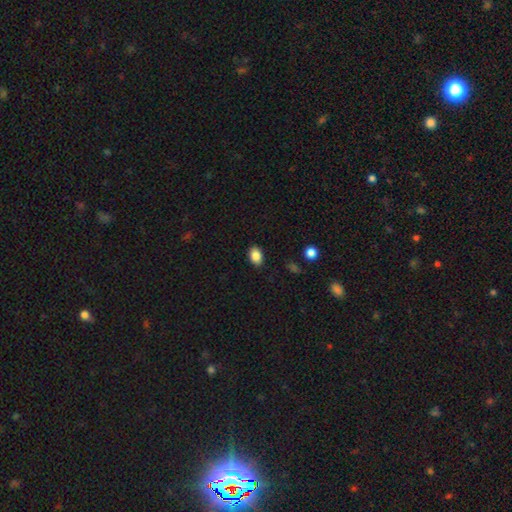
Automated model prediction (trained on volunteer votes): The model was most divided on "how rounded": in between: 77%, round: 22%, cigar-shaped: 1%. More confident: merging — none (87%); smooth or featured — smooth (87%).